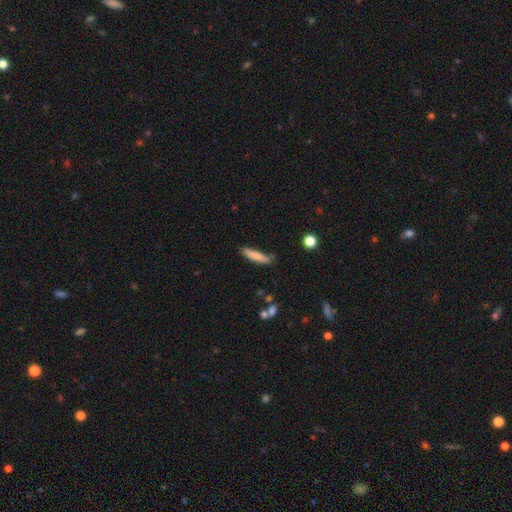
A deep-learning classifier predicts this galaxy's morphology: Smooth or featured?
  - smooth: 82% *
  - featured or disk: 12%
  - star or artifact: 7%
How rounded?
  - cigar-shaped: 82% *
  - in between: 16%
  - round: 1%
Merging?
  - none: 76% *
  - minor disturbance: 18%
  - merger: 3%
  - major disturbance: 3%